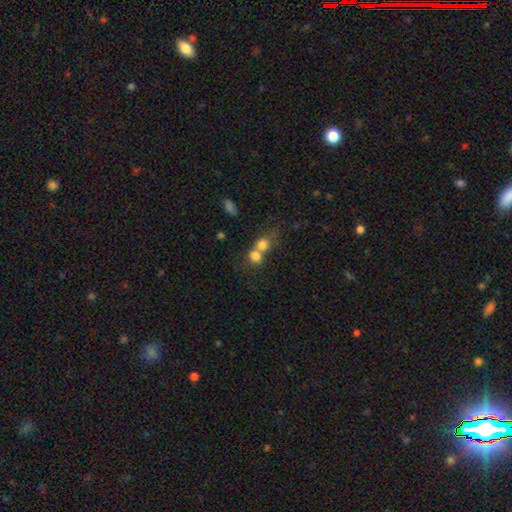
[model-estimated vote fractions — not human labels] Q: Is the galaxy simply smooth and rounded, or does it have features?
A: smooth — 76%.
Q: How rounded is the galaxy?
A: round — 70%.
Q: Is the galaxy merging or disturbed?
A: merger — 66%.